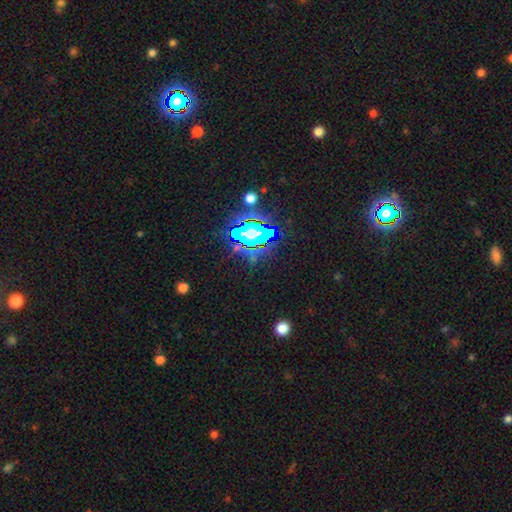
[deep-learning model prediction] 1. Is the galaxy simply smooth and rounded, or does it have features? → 76% star or artifact, 13% smooth, 11% featured or disk.